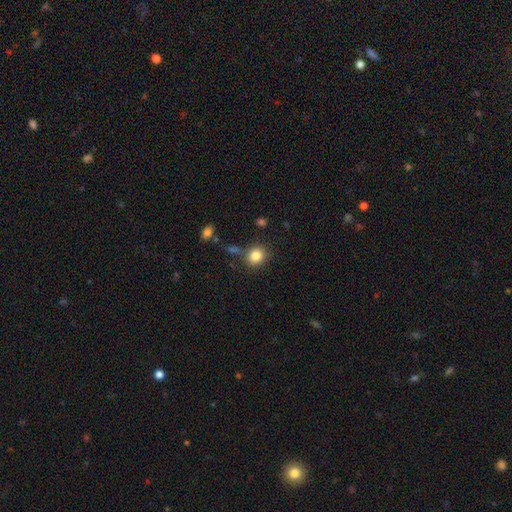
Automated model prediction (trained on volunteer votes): This is clearly a smooth galaxy (83%). How rounded: likely round (80%). Merging: likely none (79%).